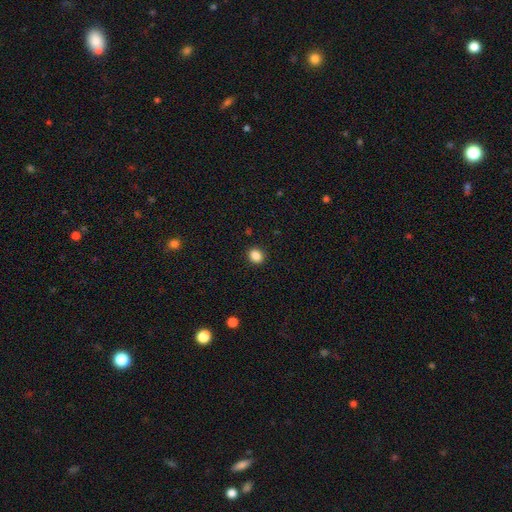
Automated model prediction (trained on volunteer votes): smooth-or-featured: smooth: 87% | star or artifact: 10% | featured or disk: 3%
  how-rounded: round: 65% | in between: 34% | cigar-shaped: 1%
  merging: none: 91% | minor disturbance: 6% | major disturbance: 2% | merger: 1%